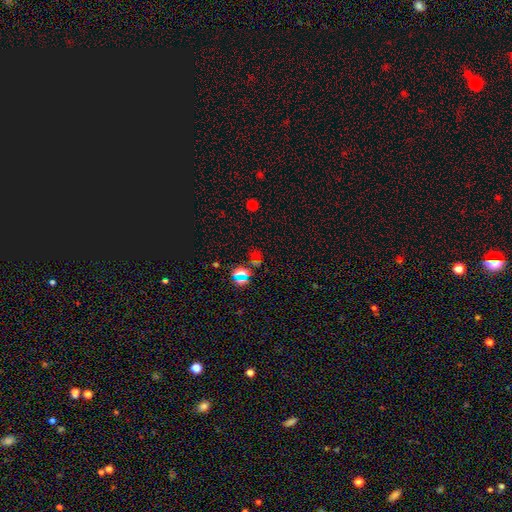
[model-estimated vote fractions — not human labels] A star or artifact, not a galaxy (54%).